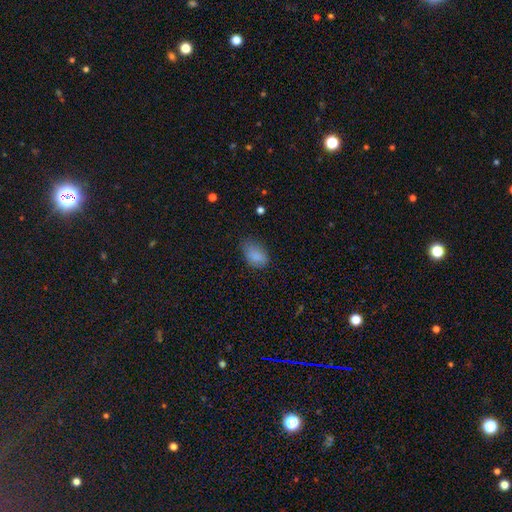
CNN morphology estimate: type=smooth (85%); roundness=in between (87%); merging=none (65%).